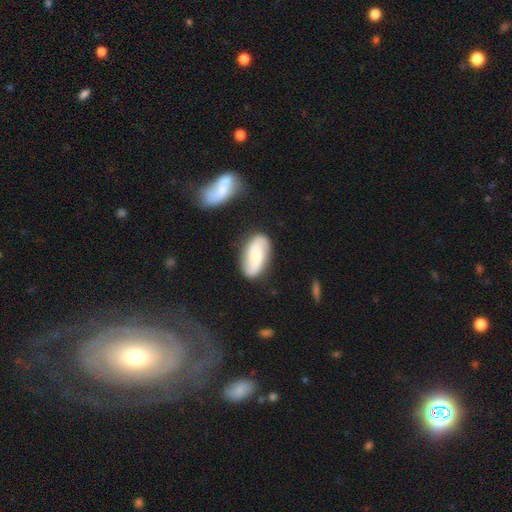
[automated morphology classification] Smooth or featured: featured or disk — 53% (smooth — 41%)
Edge-on disk: no — 94% (yes — 6%)
Merging: none — 79% (minor disturbance — 13%)